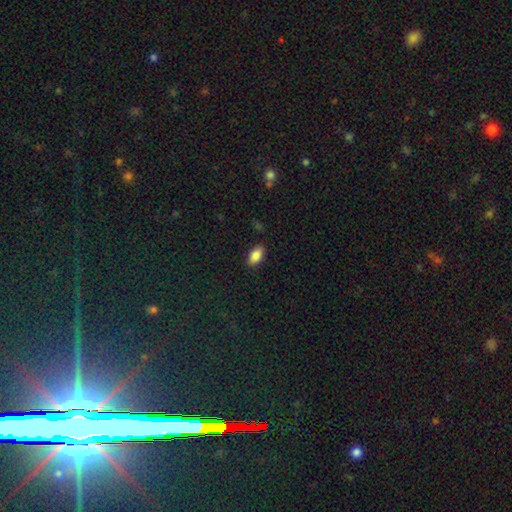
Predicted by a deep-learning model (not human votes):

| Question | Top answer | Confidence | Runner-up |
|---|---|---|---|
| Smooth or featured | smooth | 86% | star or artifact (8%) |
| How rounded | in between | 92% | round (4%) |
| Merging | none | 87% | minor disturbance (10%) |